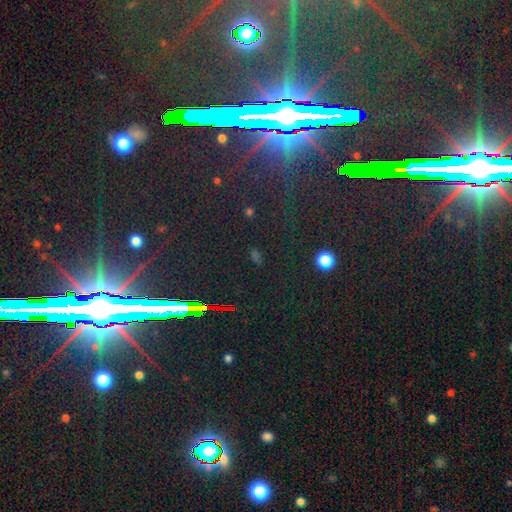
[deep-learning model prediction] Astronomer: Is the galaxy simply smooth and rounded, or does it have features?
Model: star or artifact — 66%.